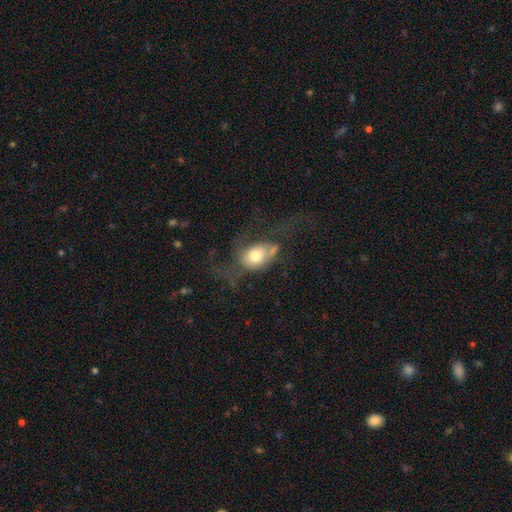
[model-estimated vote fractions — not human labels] Smooth or featured? smooth (61%)
How rounded? in between (71%)
Merging? major disturbance (46%)